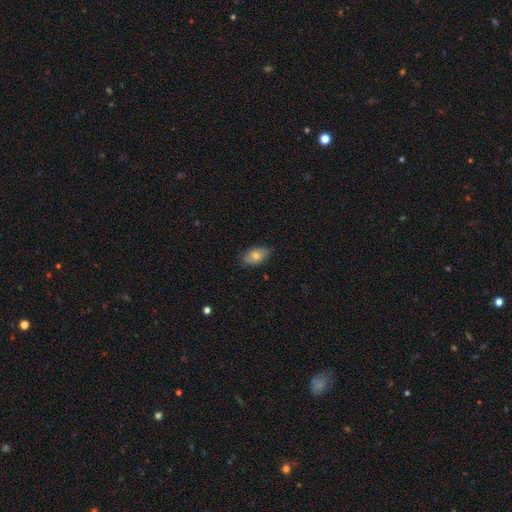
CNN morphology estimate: type=smooth (70%); roundness=in between (91%); merging=none (81%).